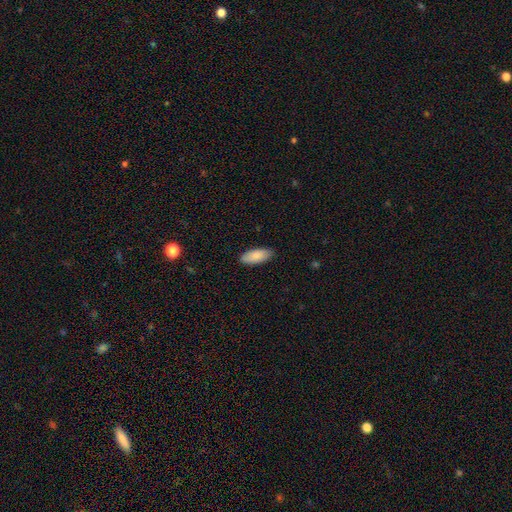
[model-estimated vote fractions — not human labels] Smooth or featured? Predicted: smooth (p=0.88). How rounded? Predicted: in between (p=0.81). Merging? Predicted: none (p=0.87).